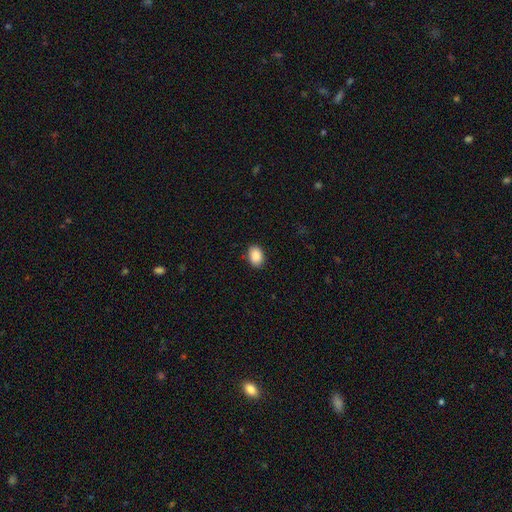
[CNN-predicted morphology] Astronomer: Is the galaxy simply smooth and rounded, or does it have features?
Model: smooth — 90%.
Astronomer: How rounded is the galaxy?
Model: in between — 79%.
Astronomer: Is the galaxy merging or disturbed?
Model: none — 87%.